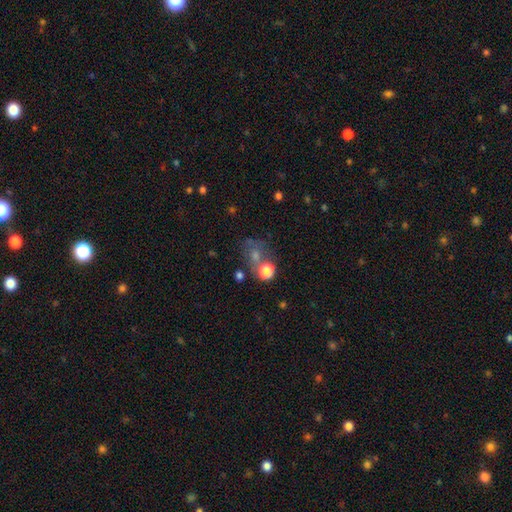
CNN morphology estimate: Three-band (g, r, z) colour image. It shows a smooth galaxy with no disk features (43%). Merging: none (49%).